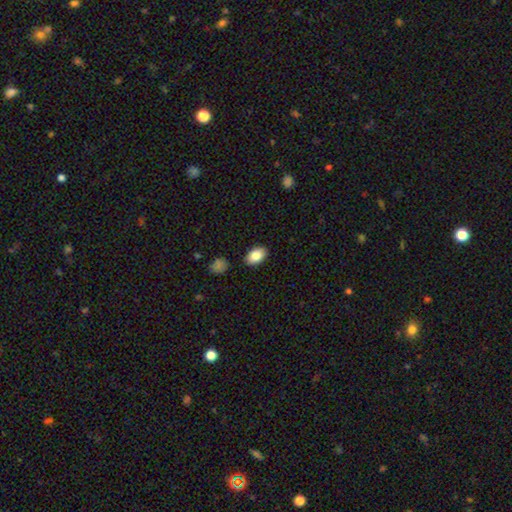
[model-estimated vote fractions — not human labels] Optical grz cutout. It shows a smooth galaxy with no disk features (84%) that is in between round and cigar-shaped (91%). Merging: none (87%).